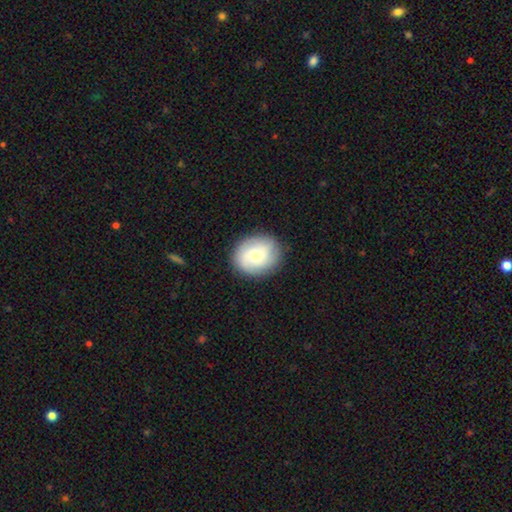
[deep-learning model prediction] smooth_or_featured: smooth (p=0.55) [alt: featured or disk p=0.37]
how_rounded: round (p=0.66) [alt: in between p=0.33]
merging: none (p=0.86) [alt: minor disturbance p=0.10]